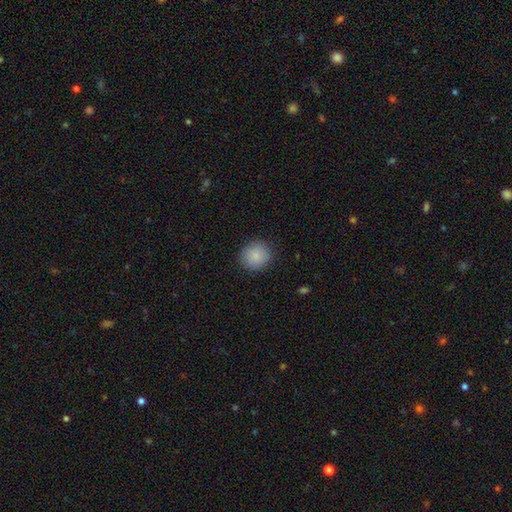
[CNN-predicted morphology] This appears to be a smooth galaxy with no disk features (88%) that is round (87%). Merging: none (88%).